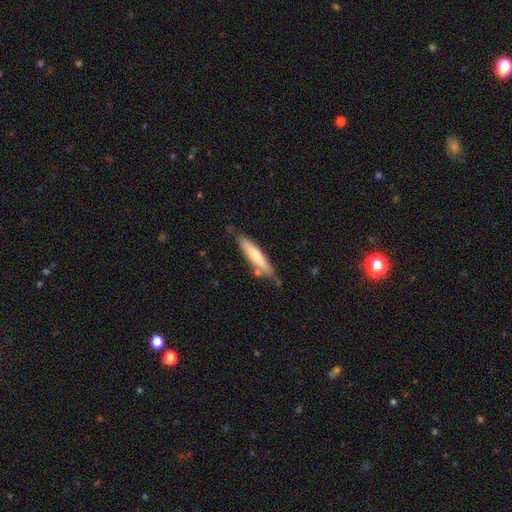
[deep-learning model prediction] Smooth or featured?
  - smooth: 57% *
  - featured or disk: 38%
  - star or artifact: 5%
How rounded?
  - cigar-shaped: 82% *
  - in between: 16%
  - round: 1%
Merging?
  - none: 71% *
  - minor disturbance: 19%
  - merger: 7%
  - major disturbance: 4%